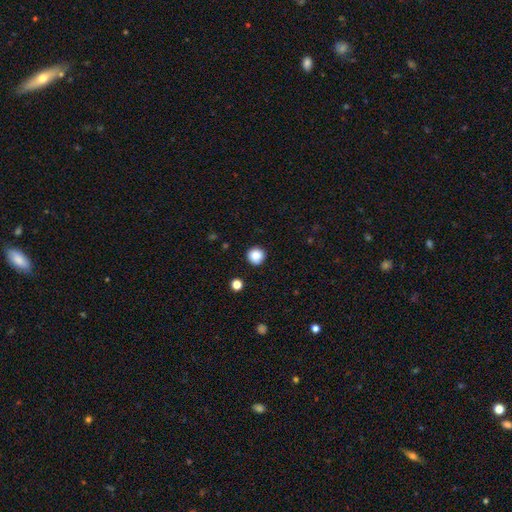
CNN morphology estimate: A smooth galaxy with no disk features (87%) that is round (95%). Merging: none (91%).